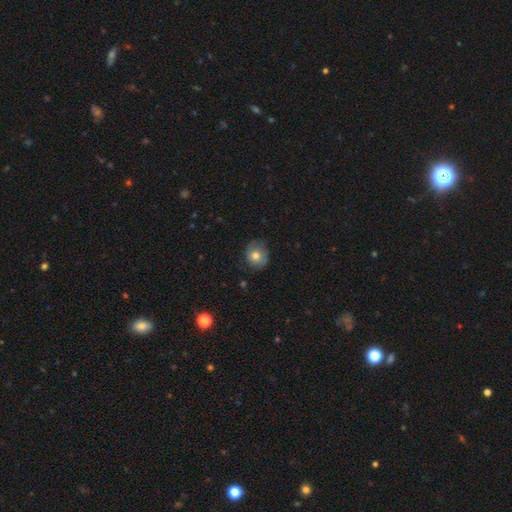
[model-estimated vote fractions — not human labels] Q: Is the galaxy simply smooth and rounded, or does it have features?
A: smooth — 72%.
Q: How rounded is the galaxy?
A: round — 78%.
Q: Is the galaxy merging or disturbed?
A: none — 74%.